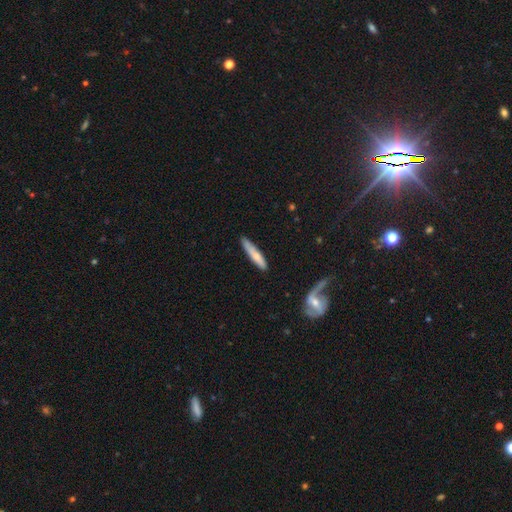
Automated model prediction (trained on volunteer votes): Smooth or featured? smooth (68%)
How rounded? cigar-shaped (89%)
Merging? none (78%)